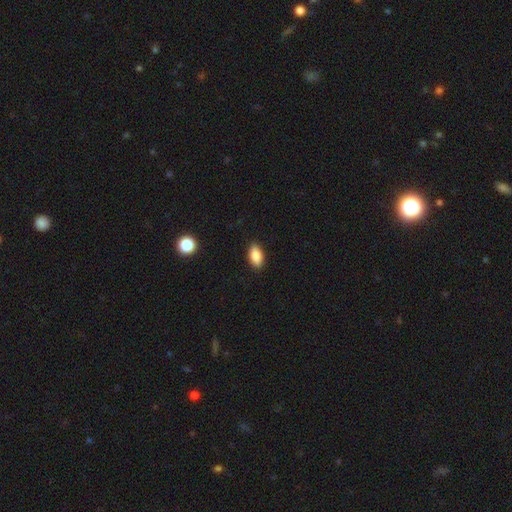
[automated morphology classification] Overall: smooth (86%). How rounded: in between (91%). Merging: none (89%).